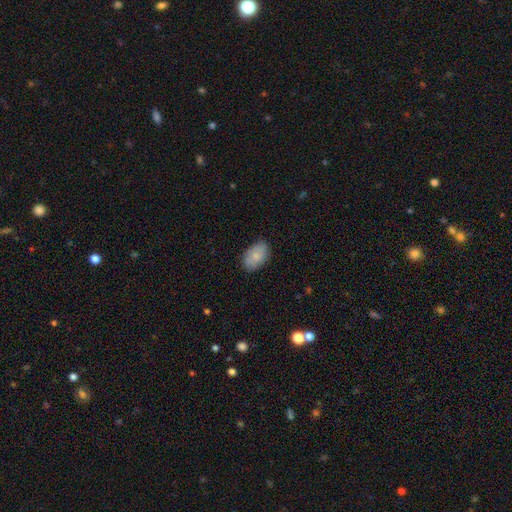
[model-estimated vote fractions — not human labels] A smooth galaxy with no disk features (80%) that is in between round and cigar-shaped (92%). Merging: none (85%).